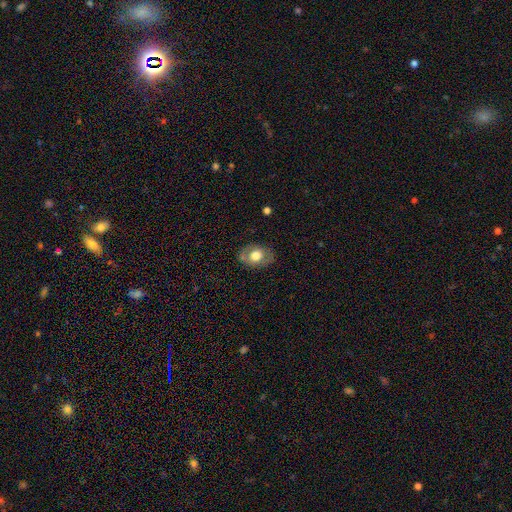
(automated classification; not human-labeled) This appears to be a smooth galaxy with no disk features (62%) that is in between round and cigar-shaped (74%). Merging: none (78%).